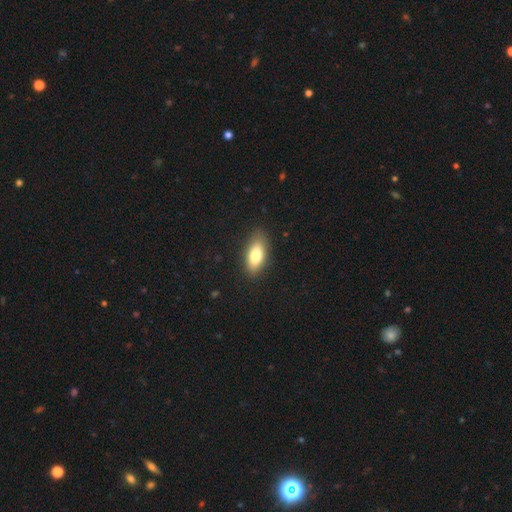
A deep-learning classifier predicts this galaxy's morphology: A smooth galaxy with no disk features (80%) that is in between round and cigar-shaped (85%).

Vote fractions:
- Smooth or featured? smooth: 80% / featured or disk: 13% / star or artifact: 7%
- How rounded? in between: 85% / cigar-shaped: 12% / round: 3%
- Merging? none: 84% / minor disturbance: 12% / major disturbance: 3% / merger: 1%